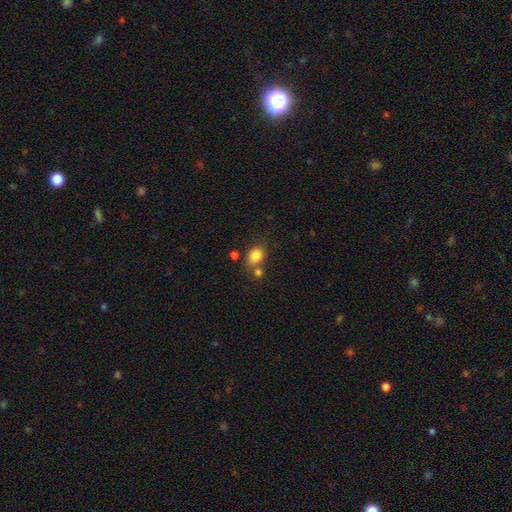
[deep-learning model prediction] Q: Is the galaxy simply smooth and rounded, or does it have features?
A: smooth — 82%.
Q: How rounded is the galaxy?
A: in between — 61%.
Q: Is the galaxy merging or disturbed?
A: none — 64%.